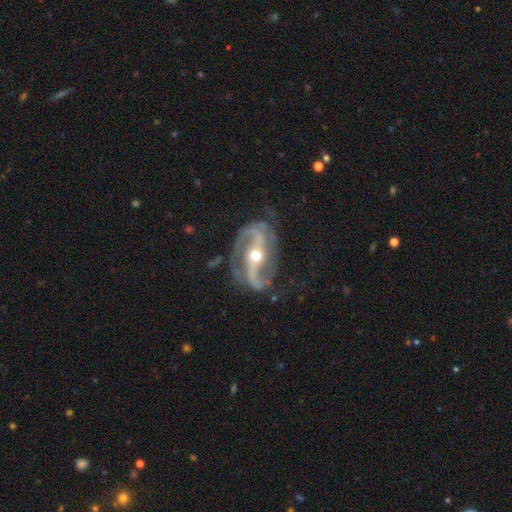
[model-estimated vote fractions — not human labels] Overall: featured or disk (92%). Edge-on disk: no (96%). Bar: strong (49%; weak 28%). Spiral arms: yes (98%). Spiral arm count: 2 (90%). Spiral winding: medium (45%; loose 41%). Bulge size: moderate (68%). Merging: none (71%).